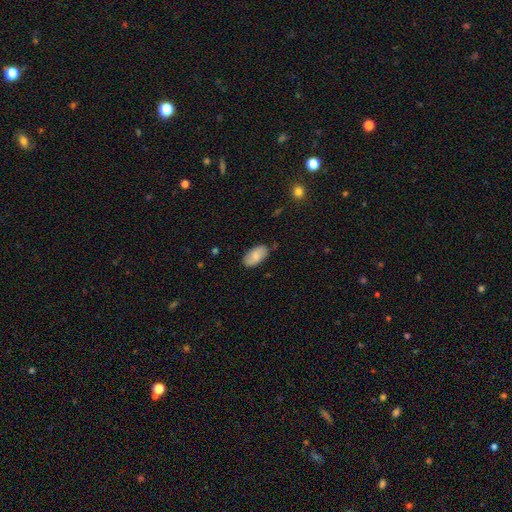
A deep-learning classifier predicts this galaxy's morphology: Q: Smooth or featured?
A: smooth (80%); runner-up: featured or disk (14%)
Q: How rounded?
A: in between (95%); runner-up: round (3%)
Q: Merging?
A: none (82%); runner-up: minor disturbance (14%)